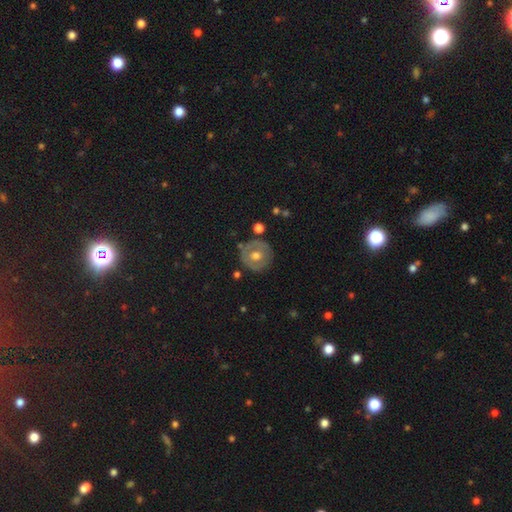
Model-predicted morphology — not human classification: Smooth or featured?
  - featured or disk: 47% *
  - smooth: 46%
  - star or artifact: 7%
Merging?
  - none: 80% *
  - minor disturbance: 13%
  - major disturbance: 4%
  - merger: 3%